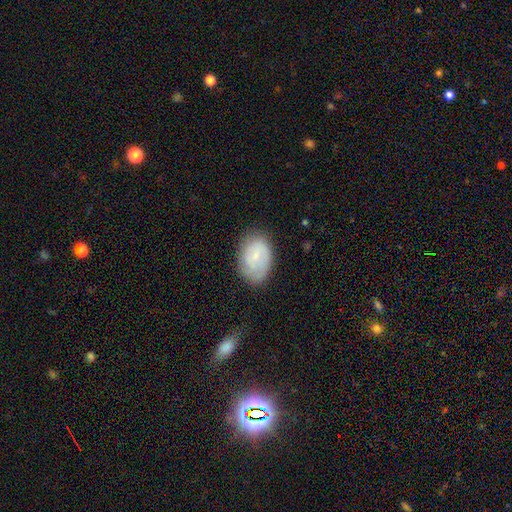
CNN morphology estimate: type=smooth (50%); merging=none (72%).